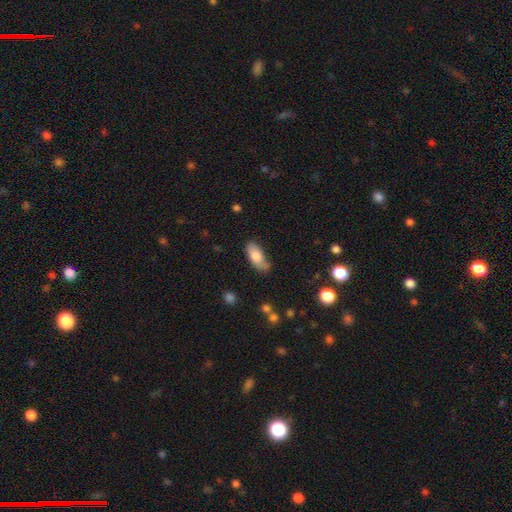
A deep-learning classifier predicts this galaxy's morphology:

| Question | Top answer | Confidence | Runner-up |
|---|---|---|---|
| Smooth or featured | smooth | 77% | featured or disk (17%) |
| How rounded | in between | 84% | cigar-shaped (13%) |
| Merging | none | 61% | minor disturbance (28%) |